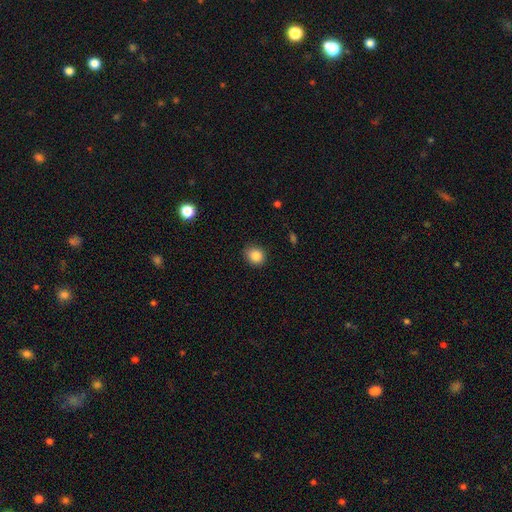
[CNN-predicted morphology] A smooth galaxy with no disk features (84%) that is round (72%).

Vote fractions:
- Smooth or featured? smooth: 84% / star or artifact: 10% / featured or disk: 5%
- How rounded? round: 72% / in between: 27% / cigar-shaped: 1%
- Merging? none: 87% / minor disturbance: 9% / major disturbance: 2% / merger: 1%